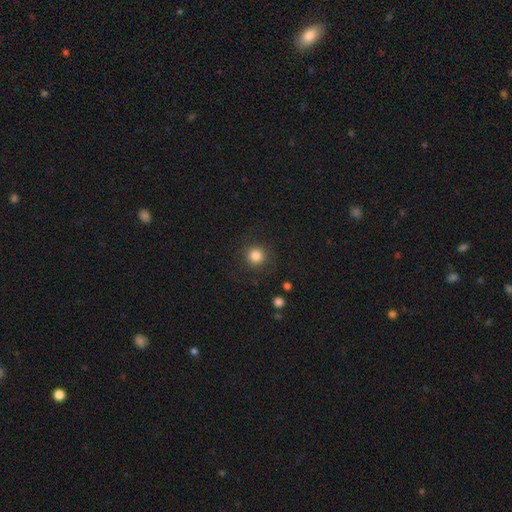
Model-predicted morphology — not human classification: smooth_or_featured: smooth (p=0.84) [alt: star or artifact p=0.11]
how_rounded: round (p=0.93) [alt: in between p=0.06]
merging: none (p=0.86) [alt: minor disturbance p=0.09]